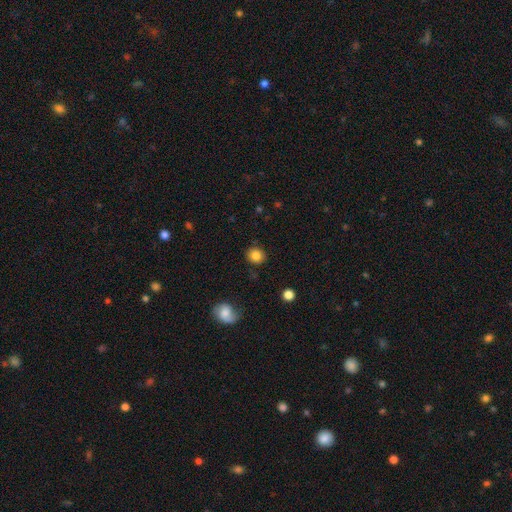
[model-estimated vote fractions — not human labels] Smooth or featured: smooth — 84% (star or artifact — 10%)
How rounded: round — 84% (in between — 15%)
Merging: none — 88% (minor disturbance — 8%)